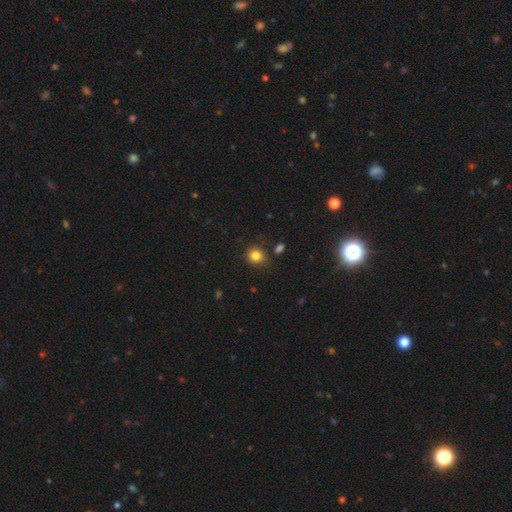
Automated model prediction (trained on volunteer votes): smooth 83%, star or artifact 12%, featured or disk 5%. Down the decision tree: how rounded — round (81%); merging — none (81%).